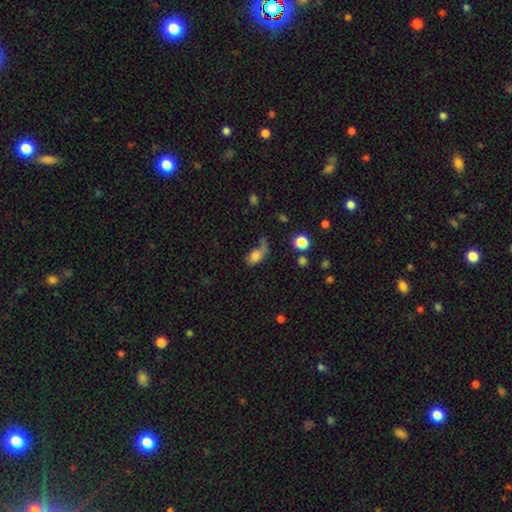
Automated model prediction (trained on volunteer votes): smooth 69%, featured or disk 19%, star or artifact 11%. Down the decision tree: how rounded — in between (82%); merging — major disturbance (36%).